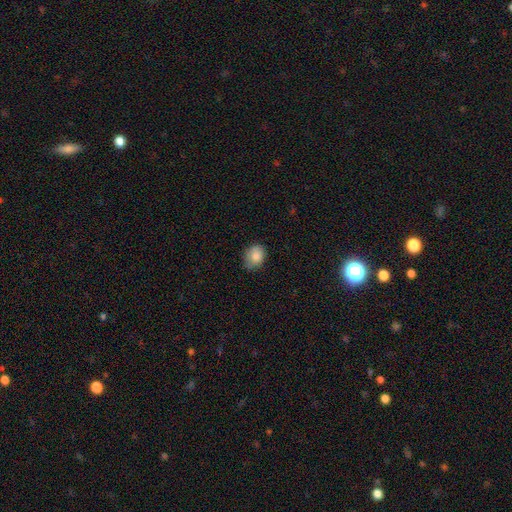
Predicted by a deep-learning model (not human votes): This appears to be a smooth galaxy with no disk features (84%) that is in between round and cigar-shaped (50%). Merging: none (71%).